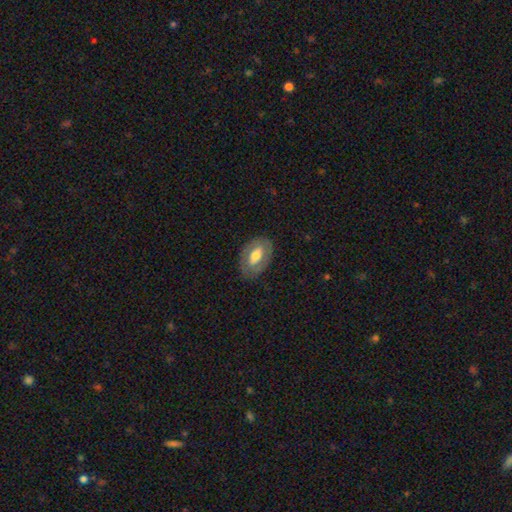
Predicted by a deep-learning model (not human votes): This appears to be a featured or disk galaxy (49%). Merging: none (81%).